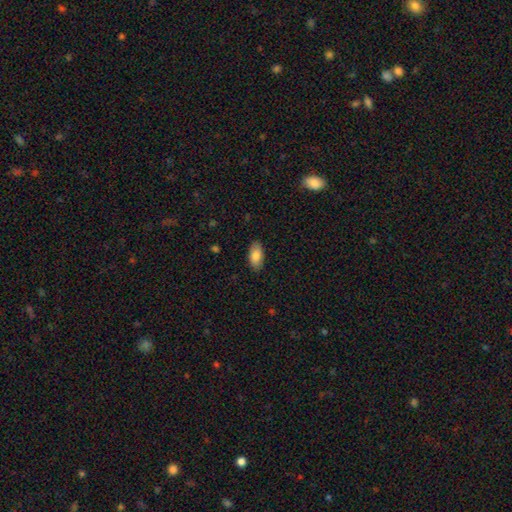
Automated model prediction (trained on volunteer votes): Smooth or featured? smooth (84%)
How rounded? in between (92%)
Merging? none (87%)